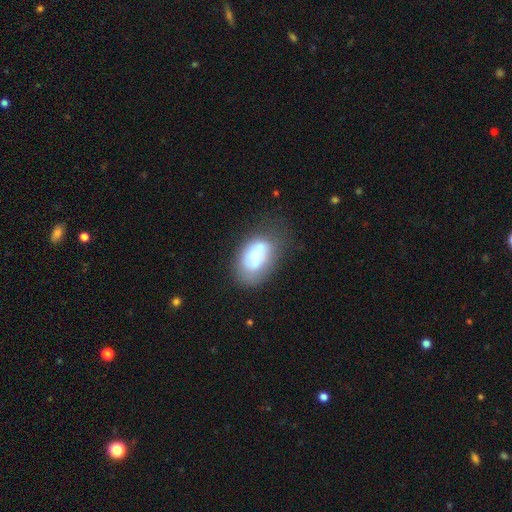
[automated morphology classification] type=smooth (59%); roundness=in between (87%); merging=none (44%).